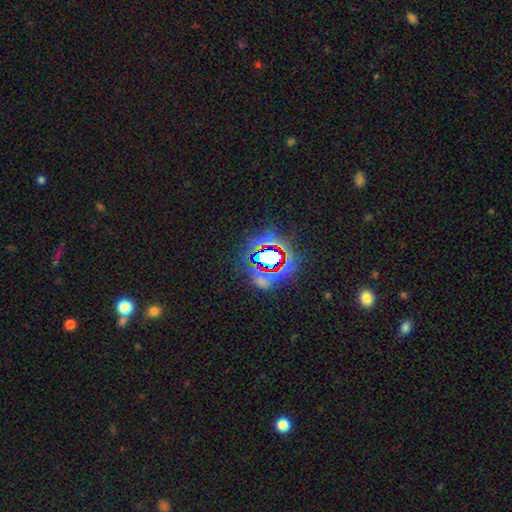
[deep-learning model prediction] Smooth or featured? star or artifact (80%)